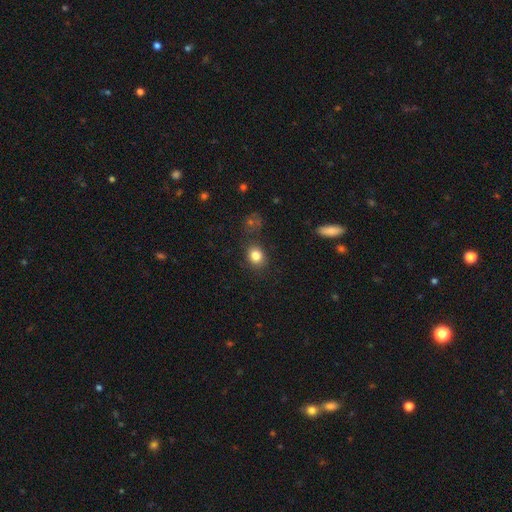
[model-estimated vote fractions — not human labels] Morphology: type=smooth (82%); roundness=round (63%); merging=none (80%).